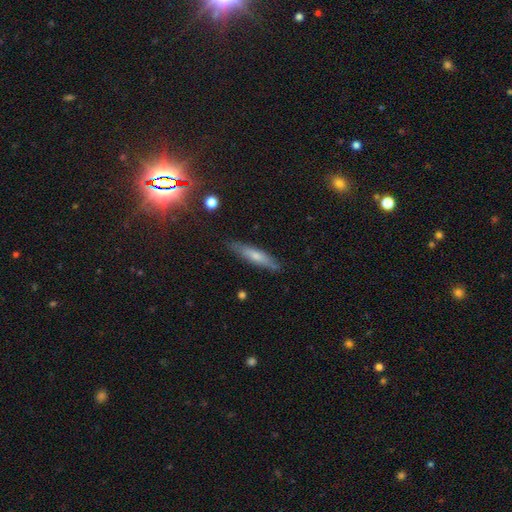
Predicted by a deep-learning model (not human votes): smooth 50%, featured or disk 40%, star or artifact 10%. Down the decision tree: how rounded — cigar-shaped (86%); merging — none (84%).